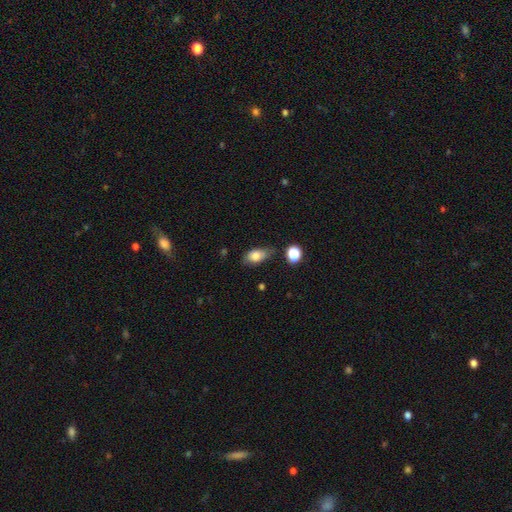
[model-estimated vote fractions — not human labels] Smooth or featured? Predicted: smooth (p=0.78). How rounded? Predicted: in between (p=0.86). Merging? Predicted: none (p=0.63).